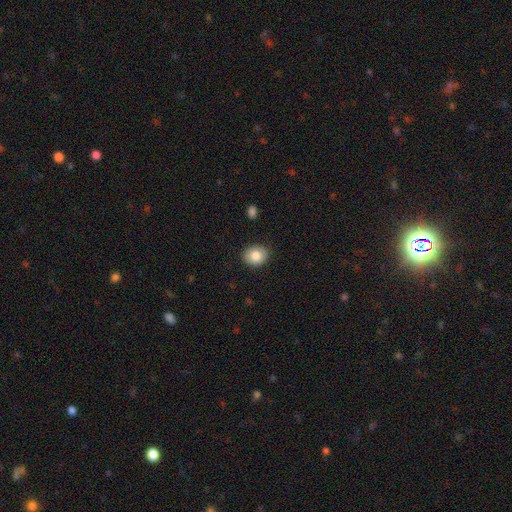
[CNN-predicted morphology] This appears to be a smooth galaxy with no disk features (82%) that is round (61%). Merging: none (88%).